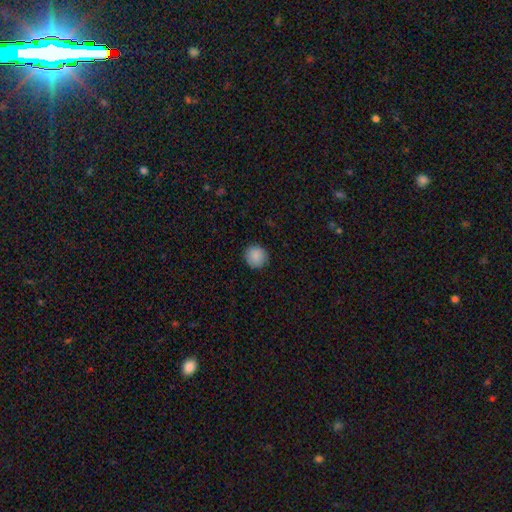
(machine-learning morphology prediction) This is clearly a smooth galaxy (88%). How rounded: clearly round (94%). Merging: clearly none (89%).